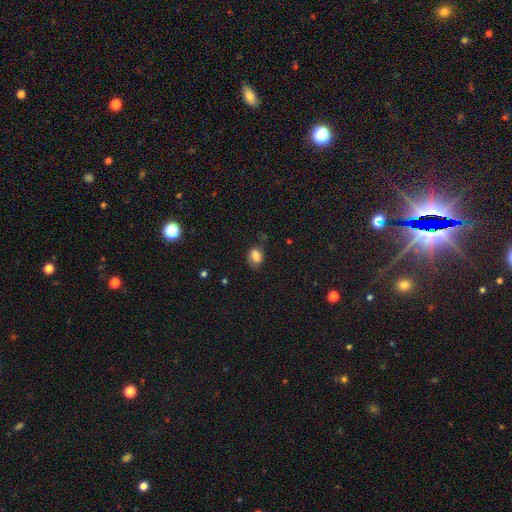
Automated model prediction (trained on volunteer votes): smooth_or_featured: smooth (p=0.77) [alt: featured or disk p=0.12]
how_rounded: in between (p=0.59) [alt: round p=0.40]
merging: none (p=0.67) [alt: minor disturbance p=0.24]